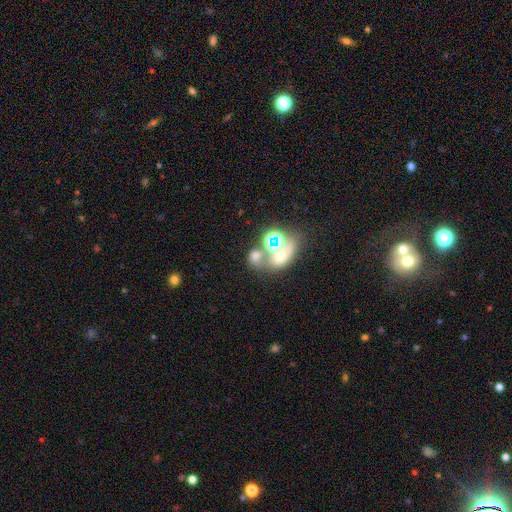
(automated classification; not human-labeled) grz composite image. It shows a smooth galaxy with no disk features (51%) that is round (60%). Merging: merger (49%).